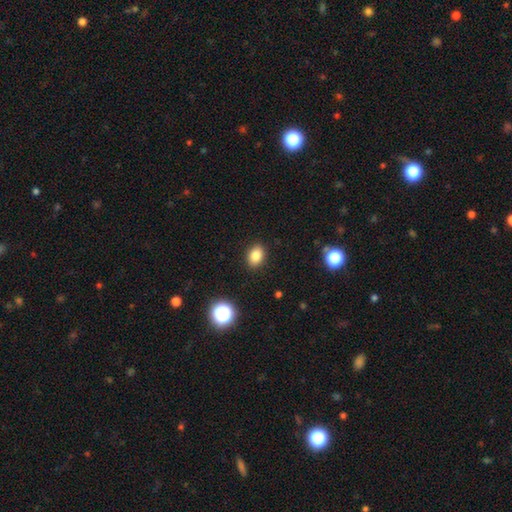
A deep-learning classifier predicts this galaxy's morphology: Overall: smooth (83%). How rounded: in between (71%). Merging: none (90%).